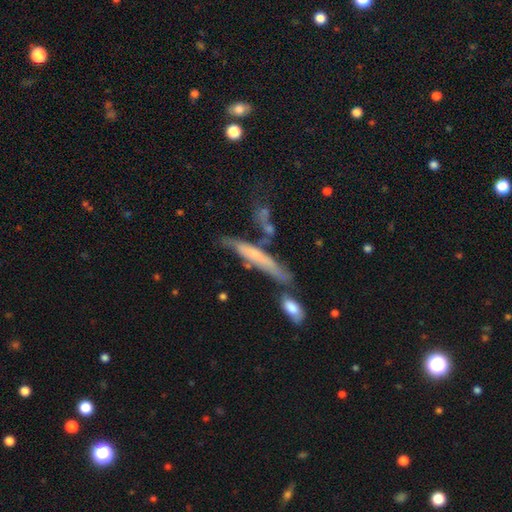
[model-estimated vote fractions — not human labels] The model was most divided on "smooth or featured": featured or disk: 55%, smooth: 38%, star or artifact: 7%. More confident: edge-on disk — yes (79%); merging — none (56%).